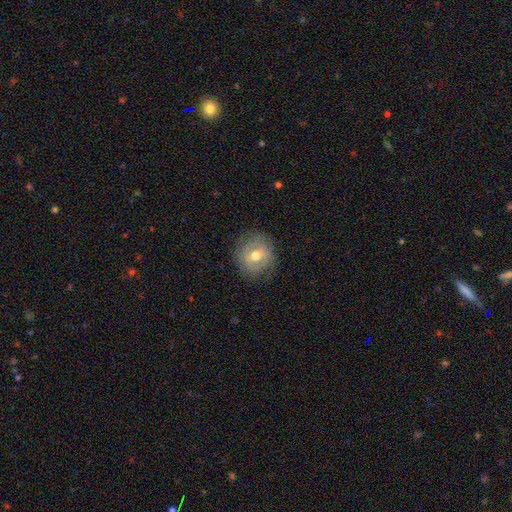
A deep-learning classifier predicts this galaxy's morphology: A featured or disk galaxy (48%). Merging: none (78%).